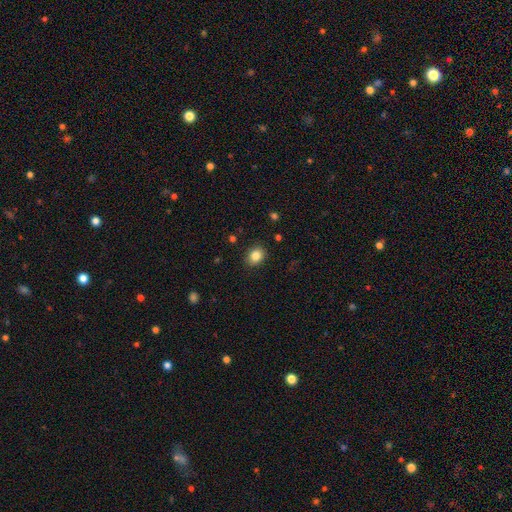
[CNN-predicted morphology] smooth 85%, star or artifact 10%, featured or disk 6%. Down the decision tree: how rounded — in between (54%); merging — none (88%).